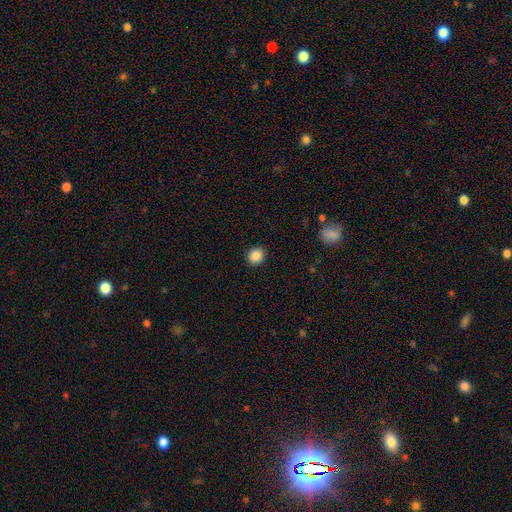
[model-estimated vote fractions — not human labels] smooth-or-featured: smooth: 87% | star or artifact: 10% | featured or disk: 3%
  how-rounded: round: 86% | in between: 13% | cigar-shaped: 1%
  merging: none: 91% | minor disturbance: 6% | major disturbance: 2% | merger: 1%